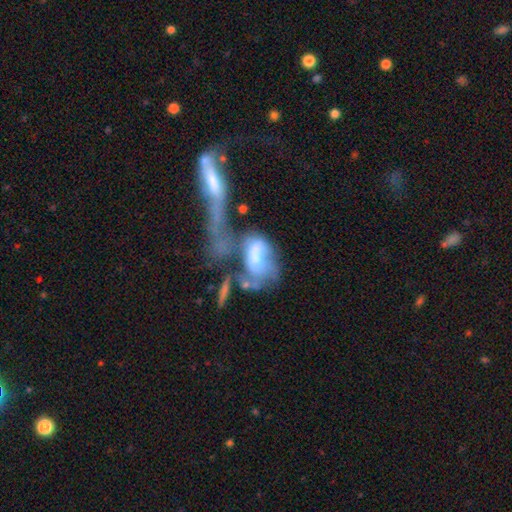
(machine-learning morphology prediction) Q: Smooth or featured?
A: featured or disk (48%); runner-up: smooth (42%)
Q: Merging?
A: merger (54%); runner-up: major disturbance (29%)